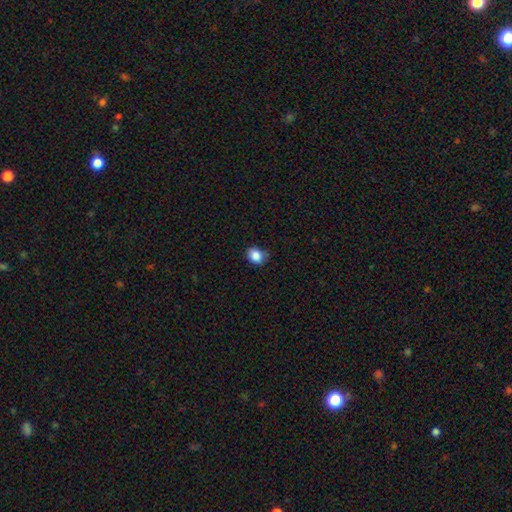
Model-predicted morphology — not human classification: smooth-or-featured: smooth: 86% | star or artifact: 9% | featured or disk: 5%
  how-rounded: in between: 54% | round: 46% | cigar-shaped: 1%
  merging: none: 67% | minor disturbance: 27% | major disturbance: 5% | merger: 2%